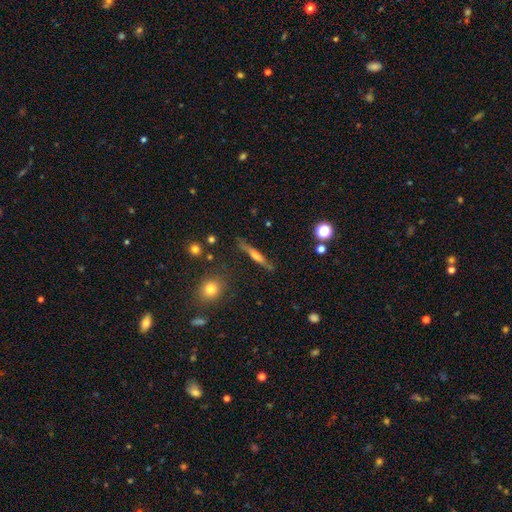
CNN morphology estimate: featured or disk 51%, smooth 40%, star or artifact 9%. Down the decision tree: edge-on disk — yes (94%); merging — none (83%).